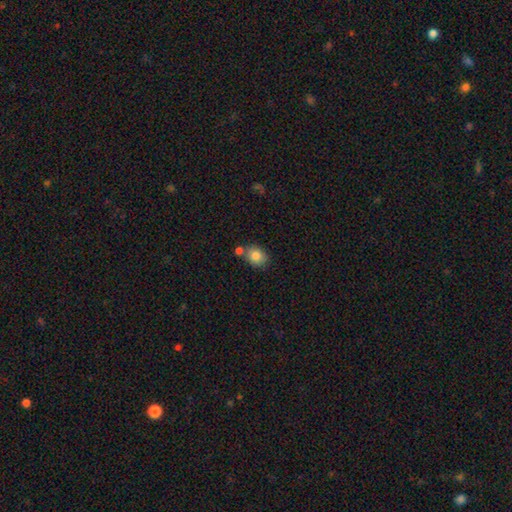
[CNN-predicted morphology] This is clearly a smooth galaxy (83%). How rounded: possibly in between (52%). Merging: likely none (65%).